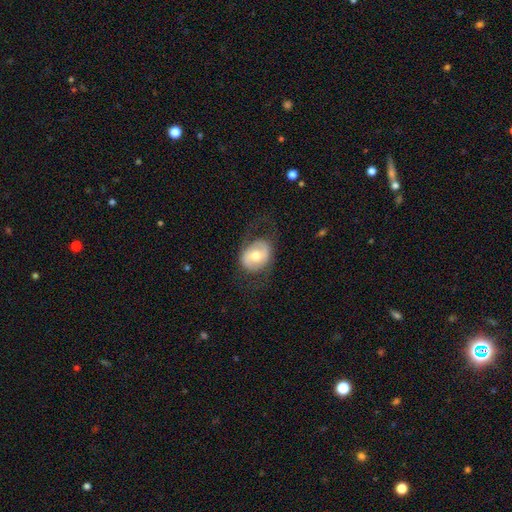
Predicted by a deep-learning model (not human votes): This is possibly a featured or disk galaxy (48%). Merging: likely none (66%).